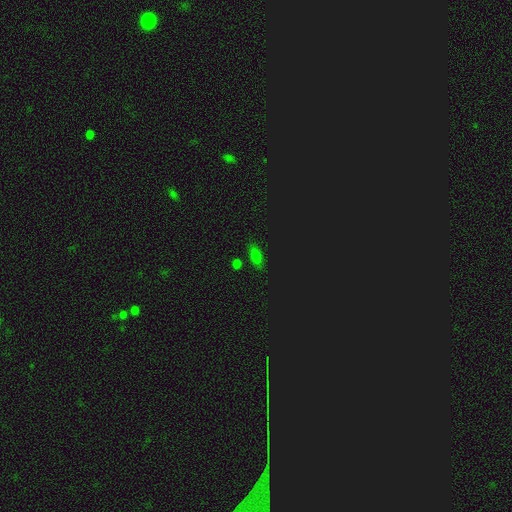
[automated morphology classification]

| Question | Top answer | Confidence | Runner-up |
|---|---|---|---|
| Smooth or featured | smooth | 66% | star or artifact (25%) |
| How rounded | in between | 80% | cigar-shaped (10%) |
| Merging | none | 80% | minor disturbance (12%) |